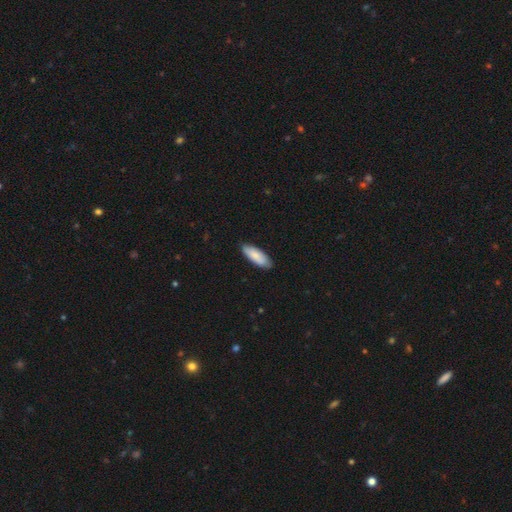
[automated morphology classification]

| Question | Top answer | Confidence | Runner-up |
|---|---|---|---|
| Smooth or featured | smooth | 86% | featured or disk (9%) |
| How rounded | in between | 68% | cigar-shaped (30%) |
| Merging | none | 87% | minor disturbance (11%) |